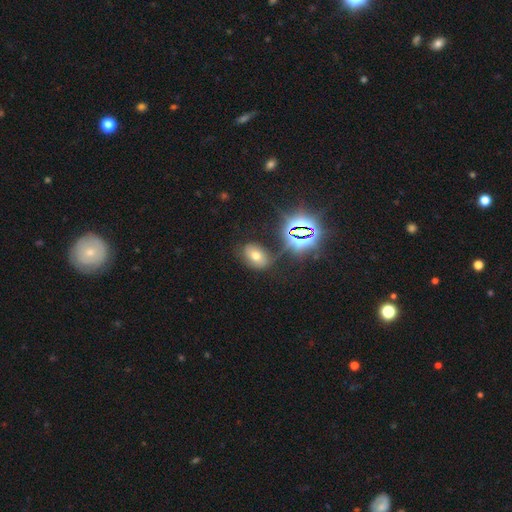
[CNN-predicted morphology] Smooth or featured?
  - smooth: 54% *
  - star or artifact: 30%
  - featured or disk: 16%
How rounded?
  - in between: 81% *
  - round: 17%
  - cigar-shaped: 1%
Merging?
  - none: 73% *
  - minor disturbance: 16%
  - major disturbance: 7%
  - merger: 4%